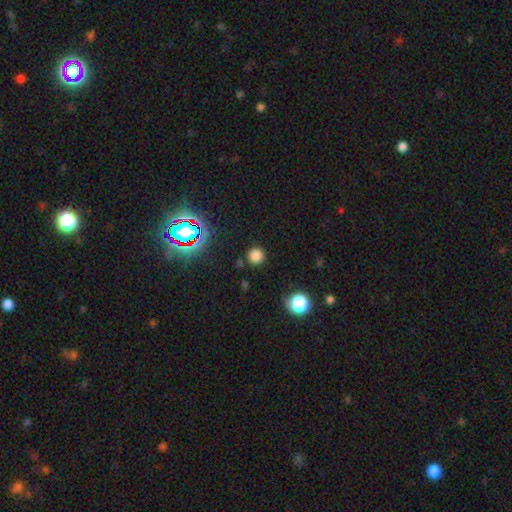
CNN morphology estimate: Q: Smooth or featured?
A: smooth (77%); runner-up: star or artifact (19%)
Q: How rounded?
A: round (95%); runner-up: in between (4%)
Q: Merging?
A: none (88%); runner-up: minor disturbance (7%)